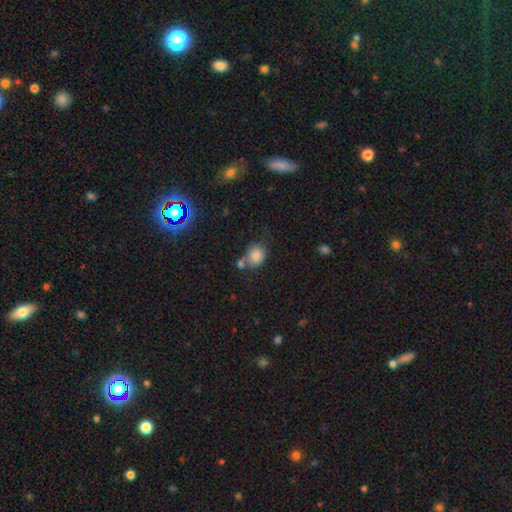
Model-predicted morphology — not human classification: smooth_or_featured: smooth (p=0.82) [alt: star or artifact p=0.11]
how_rounded: round (p=0.61) [alt: in between p=0.38]
merging: none (p=0.47) [alt: merger p=0.29]